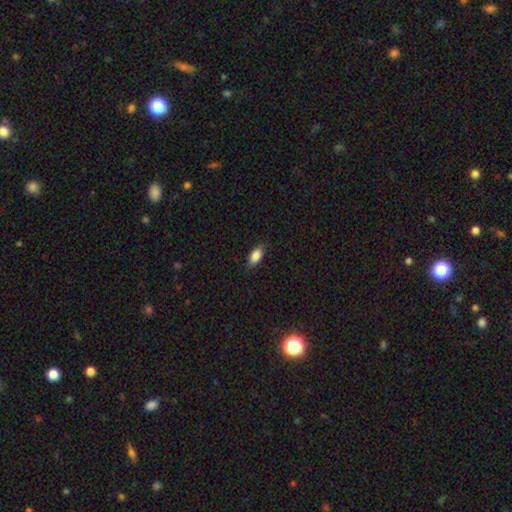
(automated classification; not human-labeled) smooth 86%, star or artifact 8%, featured or disk 7%. Down the decision tree: how rounded — in between (89%); merging — none (83%).